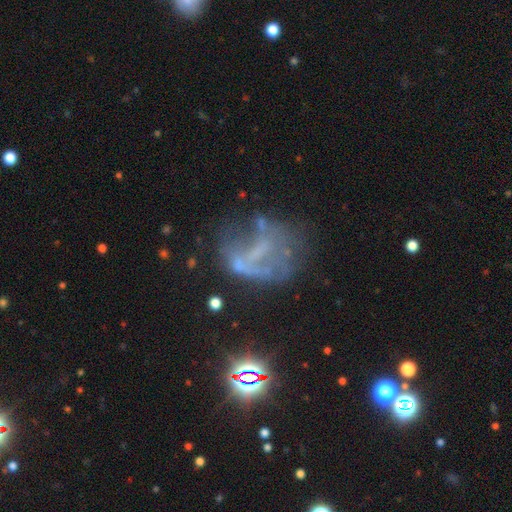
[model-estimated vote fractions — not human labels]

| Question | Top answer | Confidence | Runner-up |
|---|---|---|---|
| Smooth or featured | featured or disk | 55% | star or artifact (25%) |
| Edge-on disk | no | 96% | yes (4%) |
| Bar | no | 65% | weak (21%) |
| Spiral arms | no | 76% | yes (24%) |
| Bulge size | none | 74% | small (15%) |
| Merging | none | 39% | major disturbance (34%) |